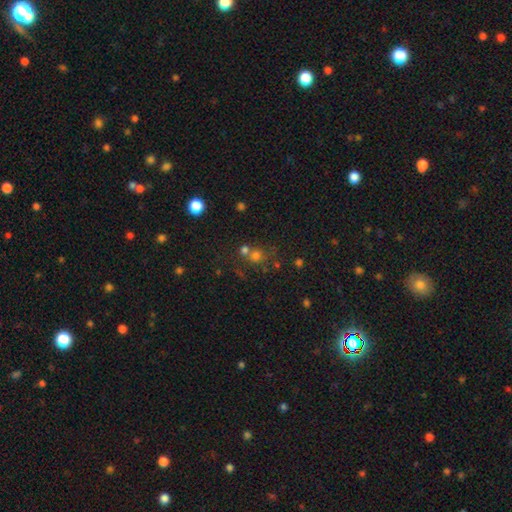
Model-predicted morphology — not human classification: Smooth or featured? Predicted: smooth (p=0.64). How rounded? Predicted: round (p=0.85). Merging? Predicted: none (p=0.51).